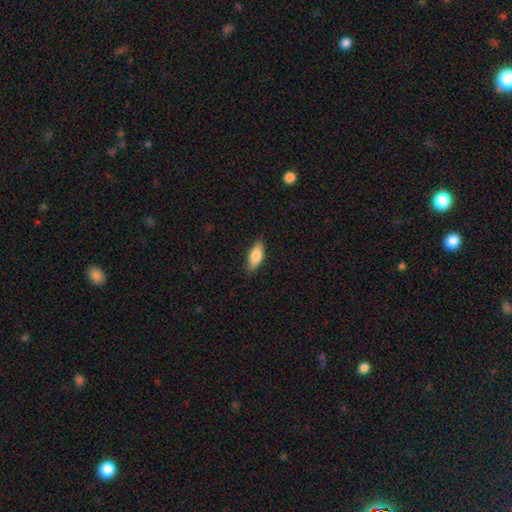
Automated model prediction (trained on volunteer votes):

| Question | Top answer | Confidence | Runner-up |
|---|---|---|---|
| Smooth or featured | smooth | 81% | featured or disk (12%) |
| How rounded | in between | 77% | cigar-shaped (21%) |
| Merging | none | 82% | minor disturbance (15%) |